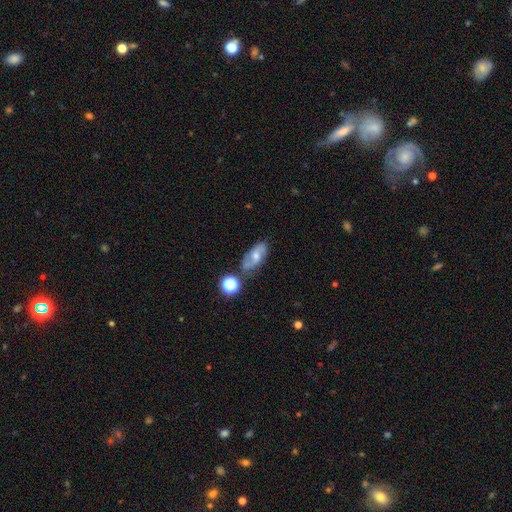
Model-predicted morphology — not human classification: type=featured or disk (62%); edge-on=no (91%); bar=no (56%); spiral arms=yes (80%); bulge=moderate (61%); merging=none (72%).